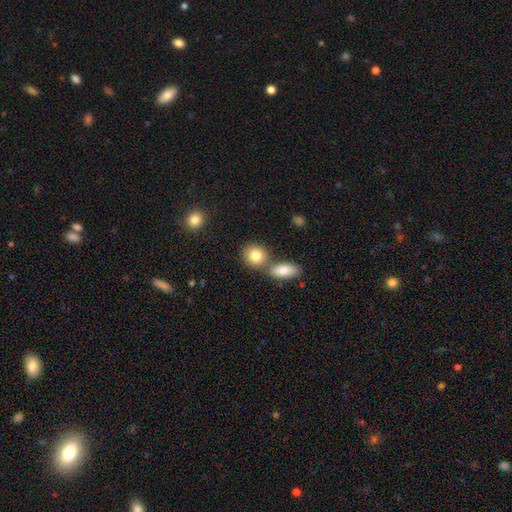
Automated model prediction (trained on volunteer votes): Smooth or featured?
  - smooth: 82% *
  - featured or disk: 10%
  - star or artifact: 8%
How rounded?
  - round: 68% *
  - in between: 30%
  - cigar-shaped: 2%
Merging?
  - none: 57% *
  - merger: 31%
  - minor disturbance: 9%
  - major disturbance: 3%